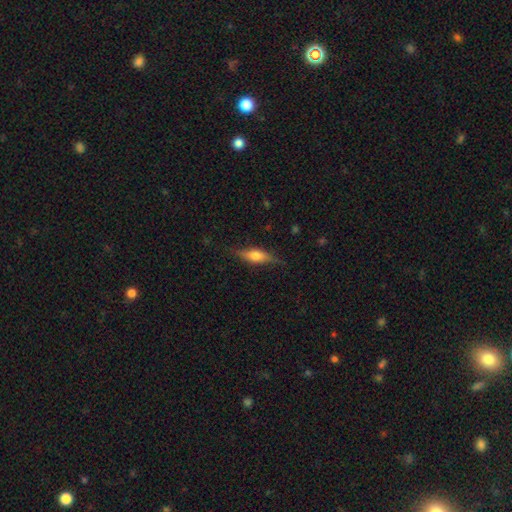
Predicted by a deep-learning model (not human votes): A smooth galaxy with no disk features (52%) that is in between round and cigar-shaped (50%).

Vote fractions:
- Smooth or featured? smooth: 52% / featured or disk: 42% / star or artifact: 7%
- How rounded? in between: 50% / cigar-shaped: 46% / round: 4%
- Merging? none: 78% / minor disturbance: 17% / major disturbance: 4% / merger: 1%